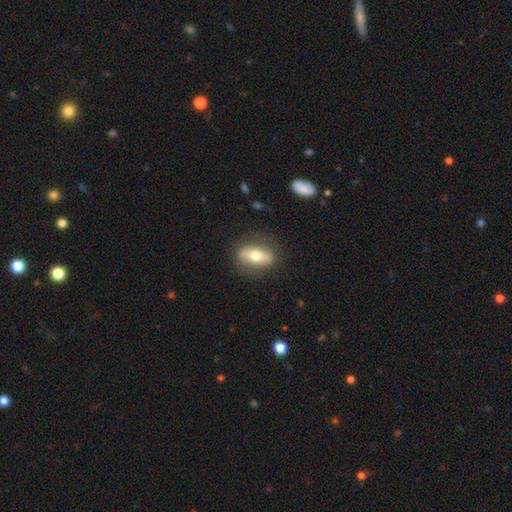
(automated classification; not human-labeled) This is possibly a featured or disk galaxy (48%). Merging: clearly none (81%).